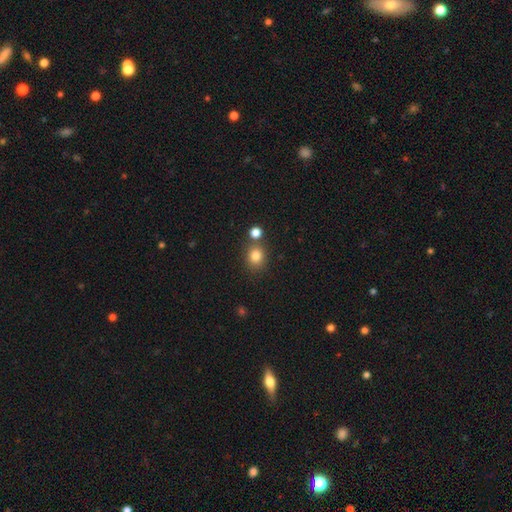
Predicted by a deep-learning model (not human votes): smooth-or-featured: smooth: 82% | star or artifact: 12% | featured or disk: 6%
  how-rounded: round: 75% | in between: 24% | cigar-shaped: 1%
  merging: none: 71% | merger: 16% | minor disturbance: 10% | major disturbance: 3%